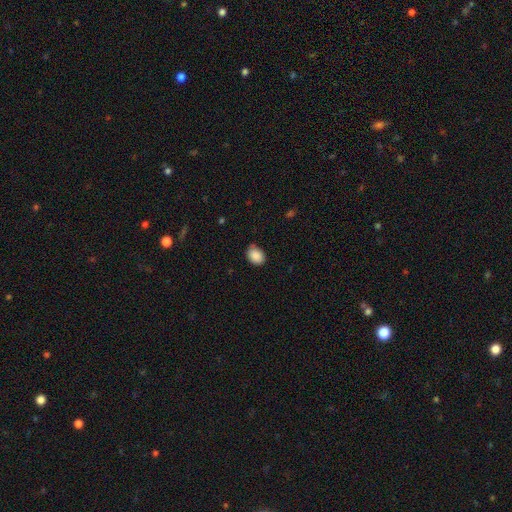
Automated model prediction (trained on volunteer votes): Smooth or featured? Predicted: smooth (p=0.89). How rounded? Predicted: in between (p=0.71). Merging? Predicted: none (p=0.75).